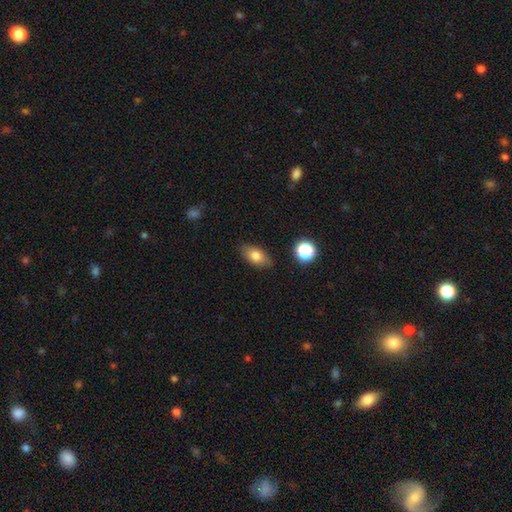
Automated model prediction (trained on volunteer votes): Smooth or featured: smooth — 78% (featured or disk — 13%)
How rounded: in between — 88% (round — 8%)
Merging: none — 85% (minor disturbance — 11%)